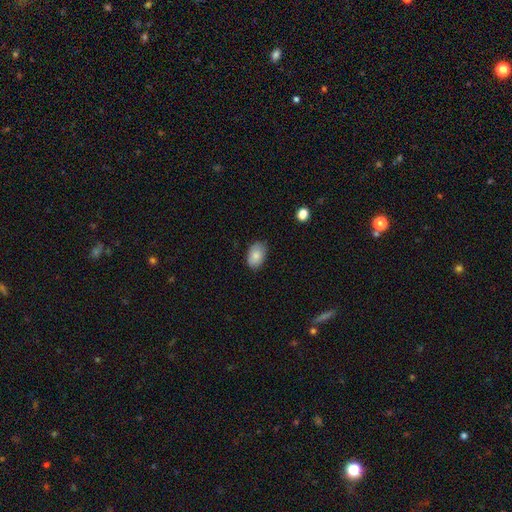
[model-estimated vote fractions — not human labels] smooth_or_featured: smooth (p=0.84) [alt: featured or disk p=0.09]
how_rounded: in between (p=0.89) [alt: round p=0.10]
merging: none (p=0.80) [alt: minor disturbance p=0.16]